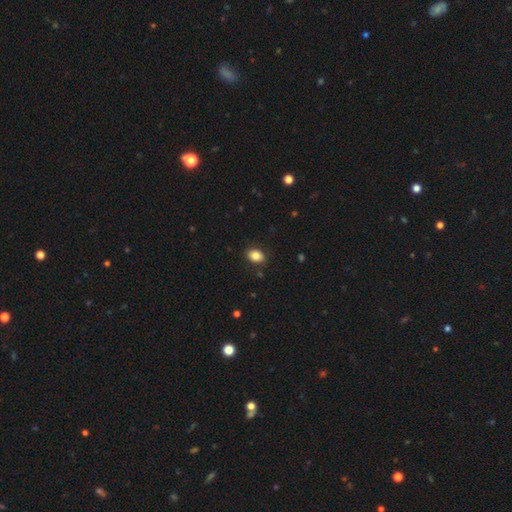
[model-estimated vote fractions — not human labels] Smooth or featured? smooth (84%)
How rounded? in between (79%)
Merging? none (87%)